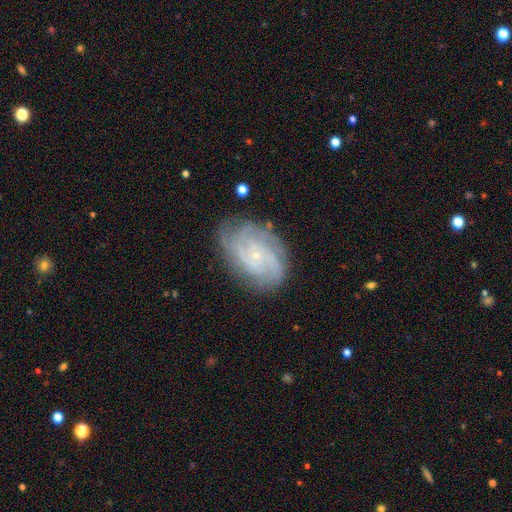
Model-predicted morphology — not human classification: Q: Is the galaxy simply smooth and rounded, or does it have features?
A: featured or disk — 83%.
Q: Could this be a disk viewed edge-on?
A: no — 97%.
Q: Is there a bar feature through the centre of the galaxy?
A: no — 76%.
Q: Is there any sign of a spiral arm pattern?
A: yes — 96%.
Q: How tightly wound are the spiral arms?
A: tight — 65%.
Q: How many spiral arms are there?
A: can't tell — 28%.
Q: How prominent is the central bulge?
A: small — 85%.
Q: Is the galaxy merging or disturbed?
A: none — 76%.